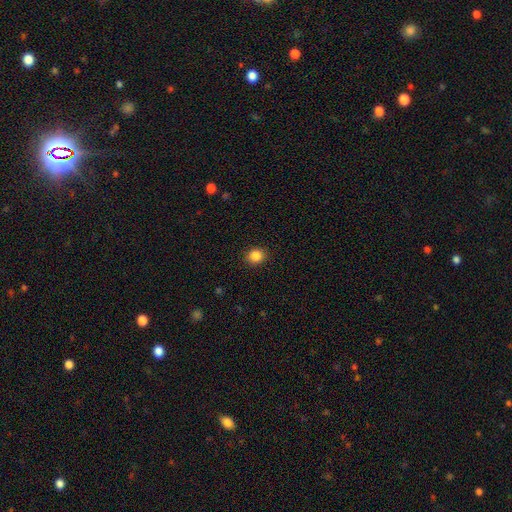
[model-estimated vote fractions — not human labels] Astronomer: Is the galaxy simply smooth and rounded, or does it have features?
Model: smooth — 86%.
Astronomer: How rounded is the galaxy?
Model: round — 83%.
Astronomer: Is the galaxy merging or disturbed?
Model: none — 91%.